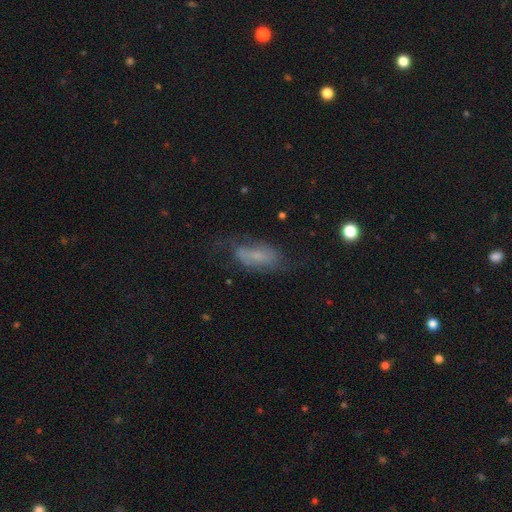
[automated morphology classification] Smooth or featured? Predicted: featured or disk (p=0.47). Merging? Predicted: none (p=0.54).